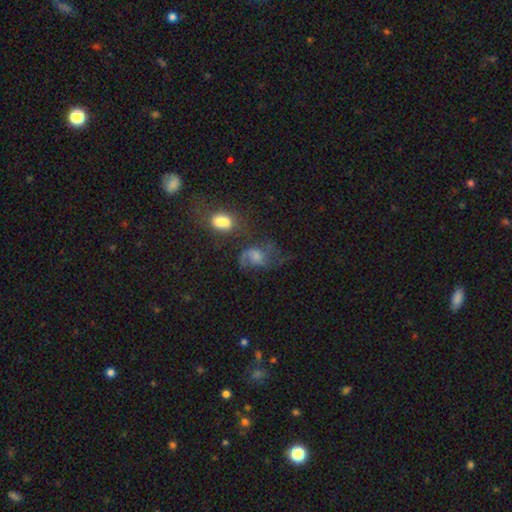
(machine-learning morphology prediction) featured or disk 56%, smooth 27%, star or artifact 16%. Down the decision tree: edge-on disk — no (96%); bar — no (64%); spiral arms — yes (83%); bulge size — moderate (39%); merging — none (39%).